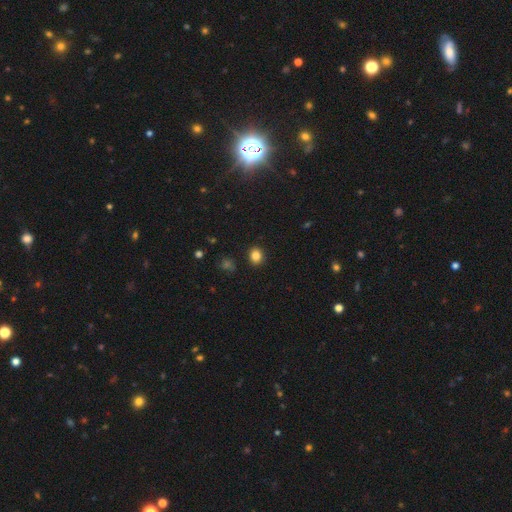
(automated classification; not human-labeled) Smooth or featured: smooth — 84% (star or artifact — 11%)
How rounded: round — 68% (in between — 31%)
Merging: none — 90% (minor disturbance — 6%)